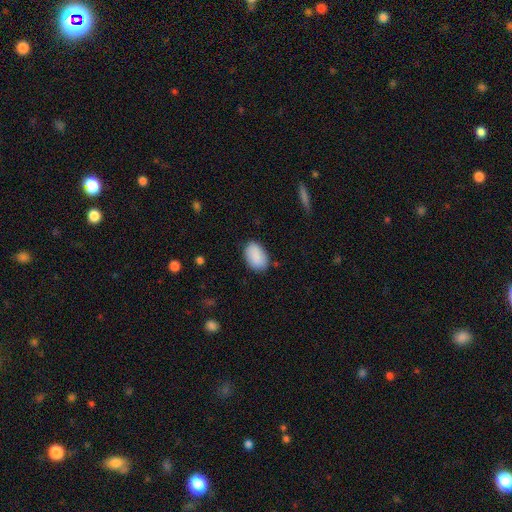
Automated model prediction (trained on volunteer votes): A smooth galaxy with no disk features (89%) that is in between round and cigar-shaped (88%). Merging: none (81%).